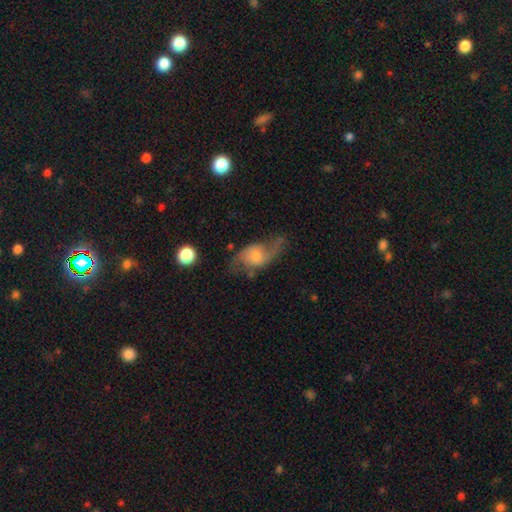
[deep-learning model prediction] Smooth or featured? featured or disk (68%)
Edge-on disk? no (93%)
Bar? no (63%)
Spiral arms? yes (87%)
Spiral winding? loose (66%)
Spiral arm count? 2 (84%)
Bulge size? small (46%)
Merging? none (54%)